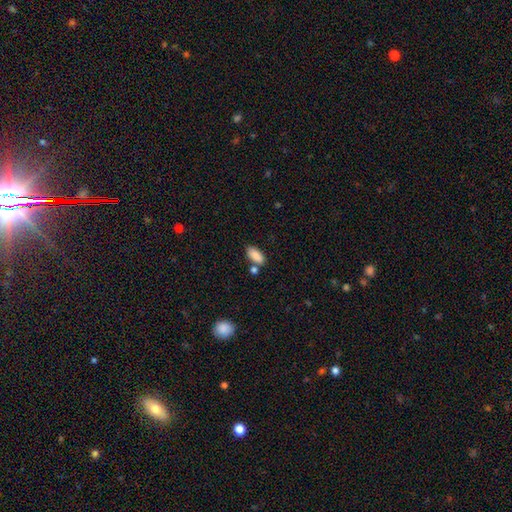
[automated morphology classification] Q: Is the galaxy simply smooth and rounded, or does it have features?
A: smooth — 88%.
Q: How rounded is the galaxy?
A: in between — 88%.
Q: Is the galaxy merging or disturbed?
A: none — 68%.